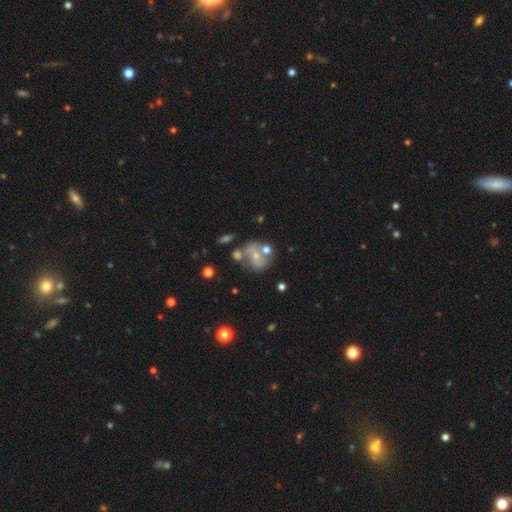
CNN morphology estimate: Smooth or featured?
  - featured or disk: 53% *
  - smooth: 36%
  - star or artifact: 11%
Edge-on disk?
  - no: 96% *
  - yes: 4%
Bar?
  - no: 65% *
  - weak: 25%
  - strong: 9%
Spiral arms?
  - yes: 55% *
  - no: 45%
Bulge size?
  - small: 61% *
  - moderate: 33%
  - none: 3%
  - large: 2%
  - dominant: 1%
Merging?
  - none: 47% *
  - merger: 25%
  - minor disturbance: 18%
  - major disturbance: 10%